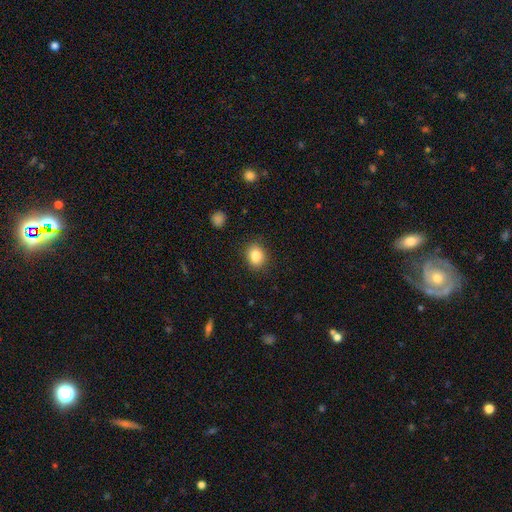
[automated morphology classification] smooth-or-featured: smooth: 85% | star or artifact: 9% | featured or disk: 6%
  how-rounded: round: 57% | in between: 43% | cigar-shaped: 1%
  merging: none: 88% | minor disturbance: 9% | major disturbance: 2% | merger: 1%